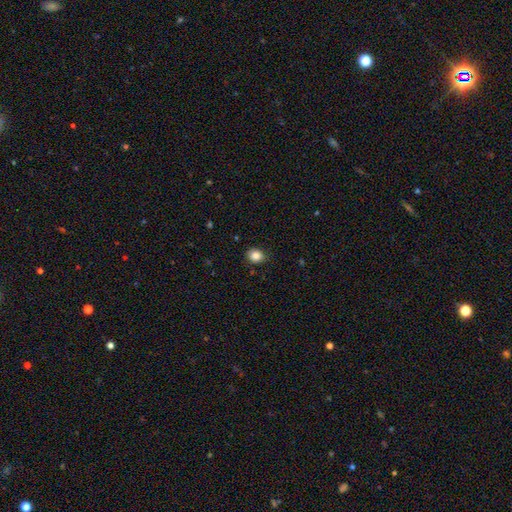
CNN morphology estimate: smooth 86%, star or artifact 10%, featured or disk 4%. Down the decision tree: how rounded — round (61%); merging — none (87%).